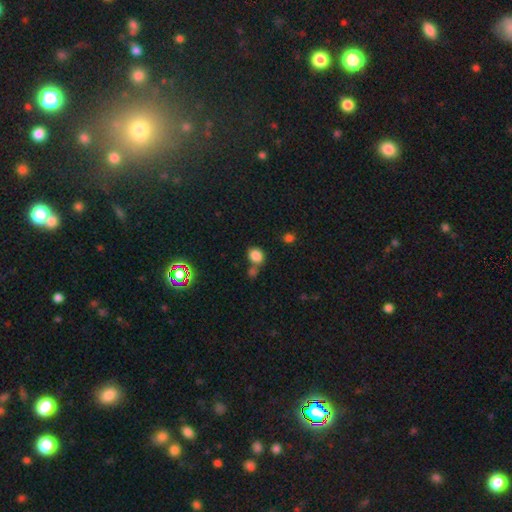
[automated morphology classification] A smooth galaxy with no disk features (82%) that is round (58%).

Vote fractions:
- Smooth or featured? smooth: 82% / star or artifact: 13% / featured or disk: 6%
- How rounded? round: 58% / in between: 41% / cigar-shaped: 1%
- Merging? none: 59% / merger: 24% / minor disturbance: 13% / major disturbance: 5%